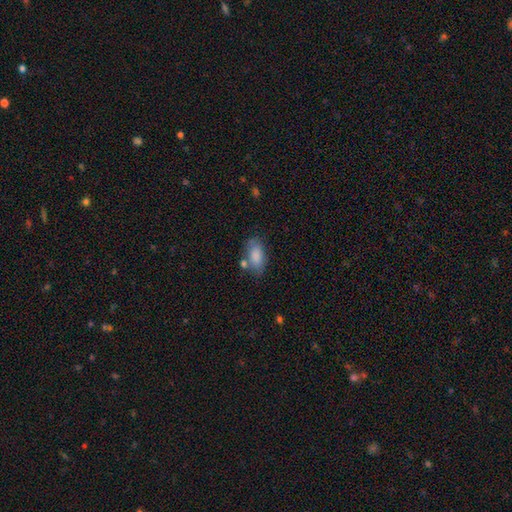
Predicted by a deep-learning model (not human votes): The model was most divided on "merging": none: 57%, minor disturbance: 22%, merger: 14%, major disturbance: 8%. More confident: how rounded — in between (90%); smooth or featured — smooth (83%).